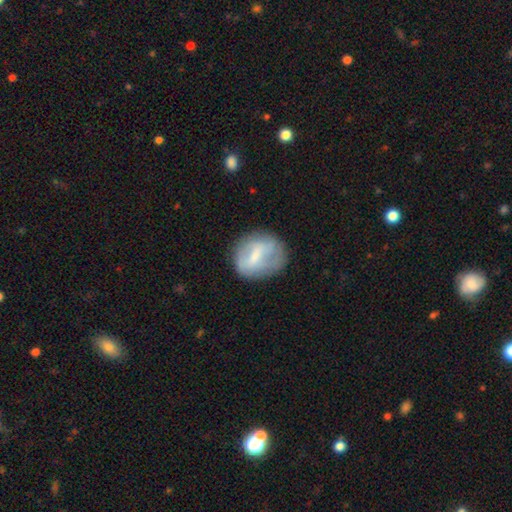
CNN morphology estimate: A smooth galaxy with no disk features (49%).

Vote fractions:
- Smooth or featured? smooth: 49% / featured or disk: 44% / star or artifact: 8%
- Merging? none: 66% / minor disturbance: 21% / major disturbance: 11% / merger: 2%